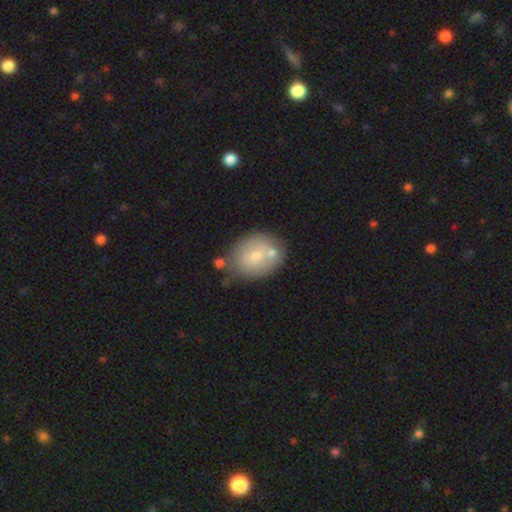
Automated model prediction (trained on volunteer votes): Smooth or featured?
  - smooth: 61% *
  - featured or disk: 29%
  - star or artifact: 9%
How rounded?
  - in between: 50% *
  - round: 48%
  - cigar-shaped: 1%
Merging?
  - none: 58% *
  - merger: 21%
  - minor disturbance: 16%
  - major disturbance: 5%